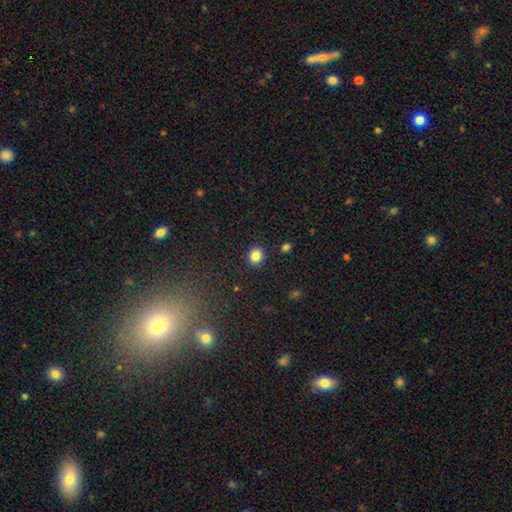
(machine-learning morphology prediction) Q: Smooth or featured?
A: smooth (84%); runner-up: star or artifact (11%)
Q: How rounded?
A: round (77%); runner-up: in between (22%)
Q: Merging?
A: none (90%); runner-up: minor disturbance (6%)